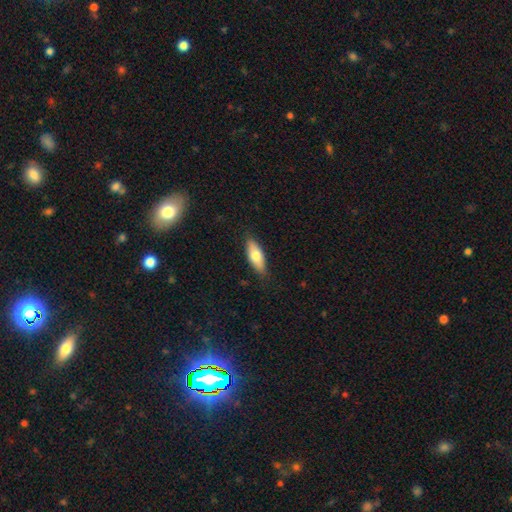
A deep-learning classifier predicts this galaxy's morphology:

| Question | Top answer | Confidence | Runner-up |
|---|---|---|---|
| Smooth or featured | smooth | 72% | featured or disk (22%) |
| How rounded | in between | 73% | cigar-shaped (25%) |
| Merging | none | 85% | minor disturbance (12%) |